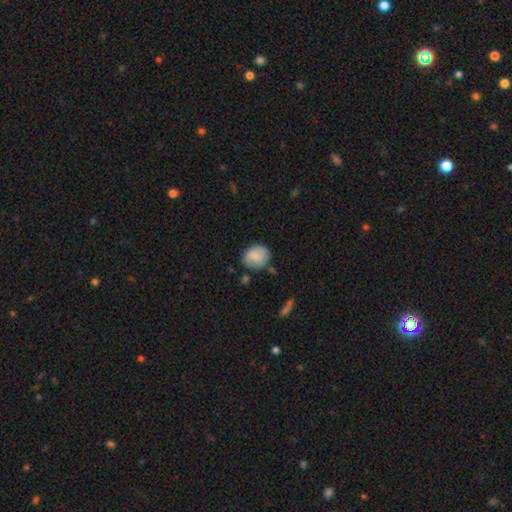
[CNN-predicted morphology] A smooth galaxy with no disk features (76%) that is round (58%).

Vote fractions:
- Smooth or featured? smooth: 76% / featured or disk: 16% / star or artifact: 8%
- How rounded? round: 58% / in between: 41% / cigar-shaped: 1%
- Merging? none: 64% / minor disturbance: 25% / major disturbance: 7% / merger: 5%